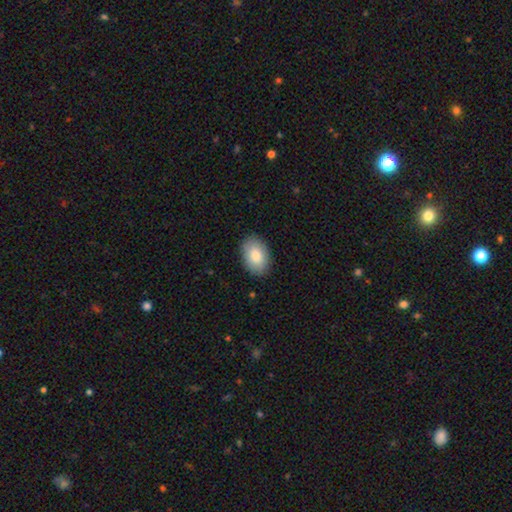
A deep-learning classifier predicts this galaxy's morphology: A smooth galaxy with no disk features (84%) that is in between round and cigar-shaped (87%). Merging: none (87%).